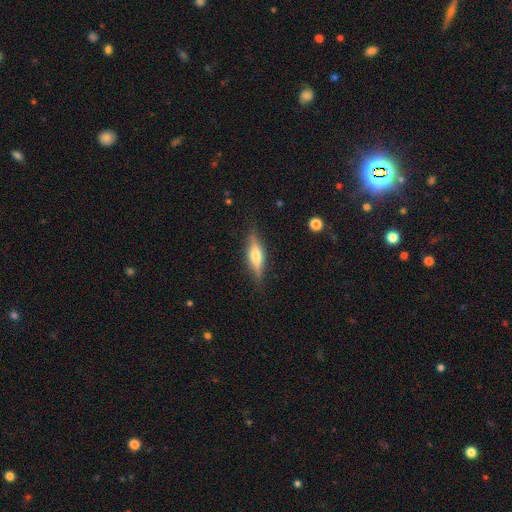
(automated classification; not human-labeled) Smooth or featured?
  - featured or disk: 56% *
  - smooth: 37%
  - star or artifact: 7%
Edge-on disk?
  - yes: 93% *
  - no: 7%
Edge-on bulge?
  - rounded: 86% *
  - boxy: 9%
  - none: 5%
Merging?
  - none: 83% *
  - minor disturbance: 12%
  - major disturbance: 3%
  - merger: 1%